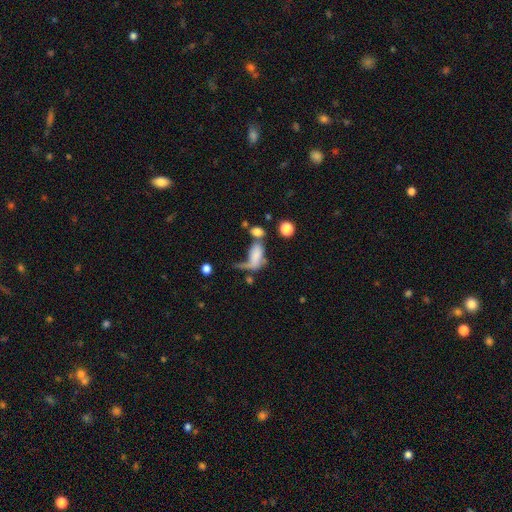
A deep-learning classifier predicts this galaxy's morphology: Smooth or featured? smooth (61%)
How rounded? in between (85%)
Merging? major disturbance (40%)